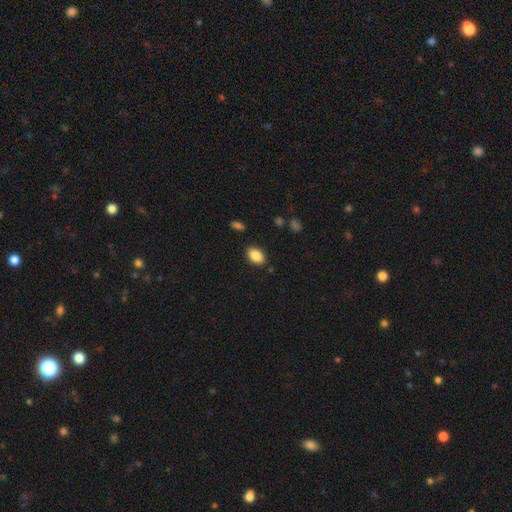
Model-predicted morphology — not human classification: A smooth galaxy with no disk features (87%) that is in between round and cigar-shaped (87%).

Vote fractions:
- Smooth or featured? smooth: 87% / star or artifact: 8% / featured or disk: 5%
- How rounded? in between: 87% / round: 11% / cigar-shaped: 1%
- Merging? none: 86% / minor disturbance: 10% / major disturbance: 3% / merger: 2%